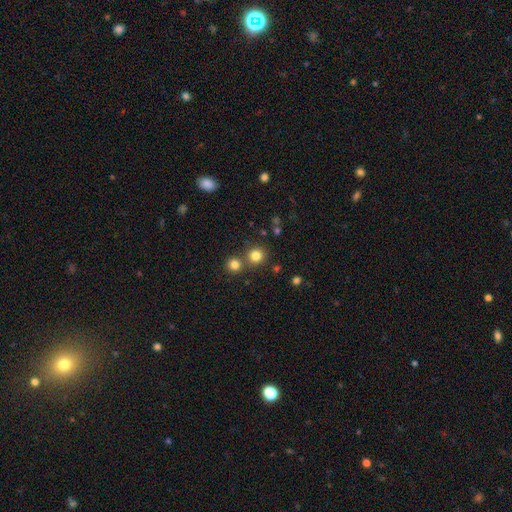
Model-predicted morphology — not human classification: smooth 80%, star or artifact 14%, featured or disk 6%. Down the decision tree: how rounded — round (91%); merging — none (71%).